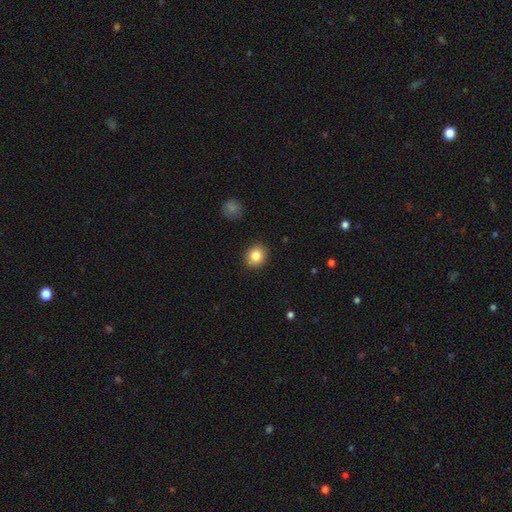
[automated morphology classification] smooth 85%, star or artifact 9%, featured or disk 6%. Down the decision tree: how rounded — round (72%); merging — none (90%).